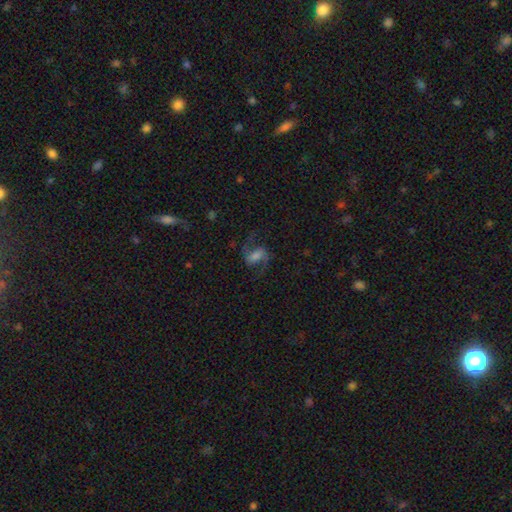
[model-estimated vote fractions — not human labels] smooth_or_featured: featured or disk (p=0.79) [alt: smooth p=0.12]
disk_edge_on: no (p=0.97) [alt: yes p=0.03]
bar: weak (p=0.46) [alt: strong p=0.32]
has_spiral_arms: yes (p=0.96) [alt: no p=0.04]
spiral_winding: loose (p=0.47) [alt: medium p=0.46]
spiral_arm_count: 2 (p=0.93) [alt: can't tell p=0.02]
bulge_size: moderate (p=0.35) [alt: small p=0.23]
merging: none (p=0.75) [alt: minor disturbance p=0.13]